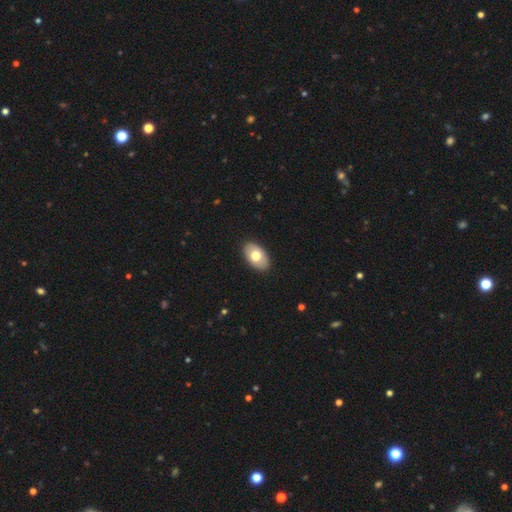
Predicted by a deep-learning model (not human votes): A smooth galaxy with no disk features (67%) that is in between round and cigar-shaped (92%).

Vote fractions:
- Smooth or featured? smooth: 67% / featured or disk: 27% / star or artifact: 6%
- How rounded? in between: 92% / round: 7% / cigar-shaped: 1%
- Merging? none: 89% / minor disturbance: 8% / major disturbance: 2% / merger: 1%